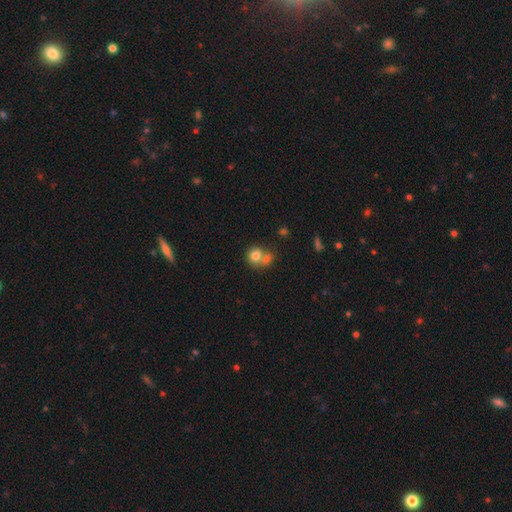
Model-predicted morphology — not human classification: Q: Smooth or featured?
A: smooth (77%); runner-up: featured or disk (13%)
Q: How rounded?
A: round (77%); runner-up: in between (22%)
Q: Merging?
A: merger (54%); runner-up: none (33%)